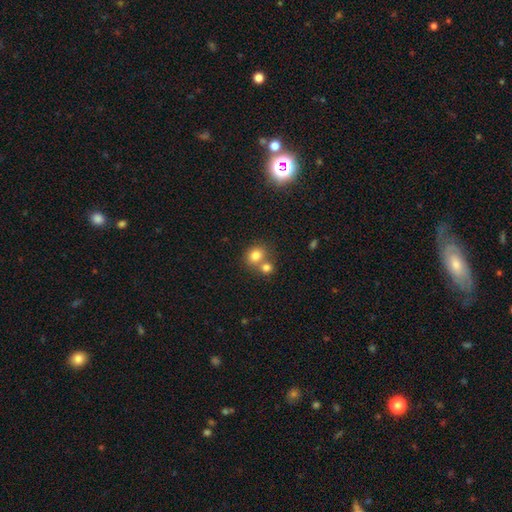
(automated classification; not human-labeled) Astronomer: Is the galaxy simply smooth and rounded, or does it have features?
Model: smooth — 80%.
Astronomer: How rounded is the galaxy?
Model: round — 70%.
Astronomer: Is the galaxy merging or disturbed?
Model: merger — 47% (runner-up: none, 43%).